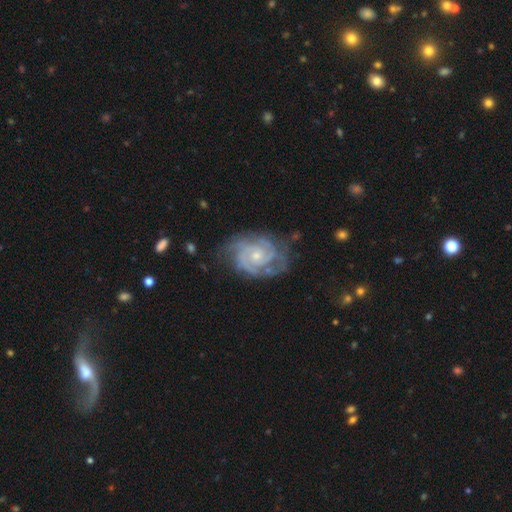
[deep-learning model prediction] A featured or disk galaxy (90%) with no bar (72%), 2 (42%) tight (65%) spiral arms (97%) and a small central bulge (64%).

Vote fractions:
- Smooth or featured? featured or disk: 90% / smooth: 6% / star or artifact: 5%
- Edge-on disk? no: 98% / yes: 2%
- Bar? no: 72% / weak: 24% / strong: 4%
- Spiral arms? yes: 97% / no: 3%
- Spiral winding? tight: 65% / medium: 31% / loose: 5%
- Spiral arm count? 2: 42% / 3: 26% / can't tell: 15% / 4: 7% / 1: 4% / more than 4: 4%
- Bulge size? small: 64% / moderate: 32% / none: 2% / large: 1% / dominant: 1%
- Merging? none: 68% / minor disturbance: 21% / major disturbance: 9% / merger: 2%